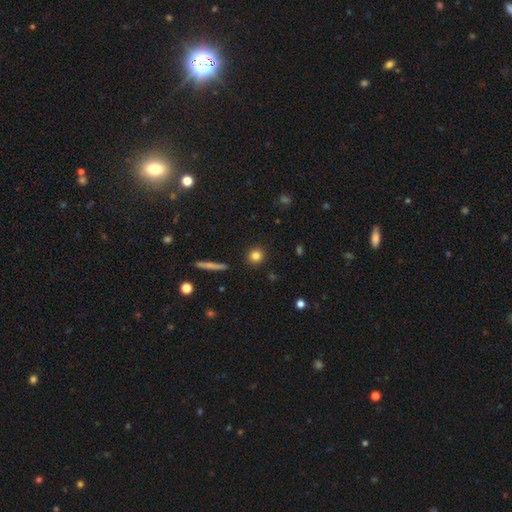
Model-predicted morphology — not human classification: smooth_or_featured: smooth (p=0.83) [alt: star or artifact p=0.10]
how_rounded: round (p=0.90) [alt: in between p=0.08]
merging: none (p=0.91) [alt: minor disturbance p=0.06]